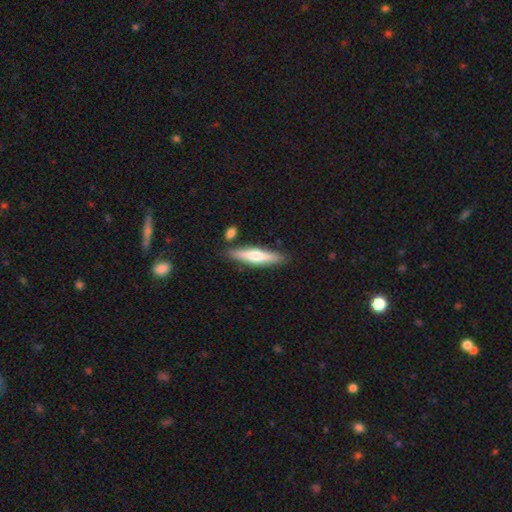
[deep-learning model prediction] A smooth galaxy with no disk features (53%) that is cigar-shaped (81%).

Vote fractions:
- Smooth or featured? smooth: 53% / featured or disk: 41% / star or artifact: 5%
- How rounded? cigar-shaped: 81% / in between: 17% / round: 2%
- Merging? none: 82% / minor disturbance: 10% / merger: 6% / major disturbance: 2%